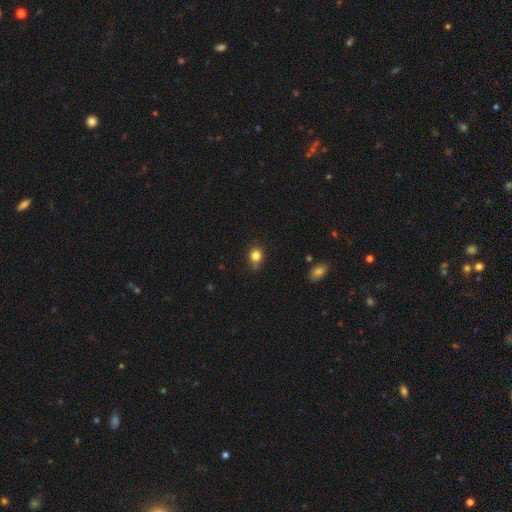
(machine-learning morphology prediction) A smooth galaxy with no disk features (82%) that is round (71%). Merging: none (65%).